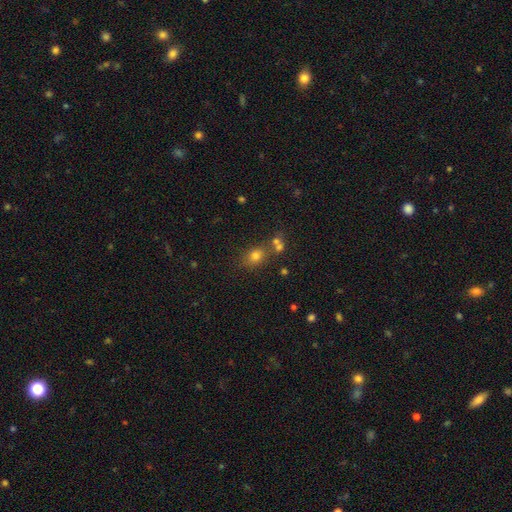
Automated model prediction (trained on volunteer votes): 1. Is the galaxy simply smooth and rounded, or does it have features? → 68% smooth, 22% star or artifact, 10% featured or disk.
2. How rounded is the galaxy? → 56% round, 42% in between, 2% cigar-shaped.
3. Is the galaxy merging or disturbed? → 64% none, 21% merger, 11% minor disturbance, 4% major disturbance.